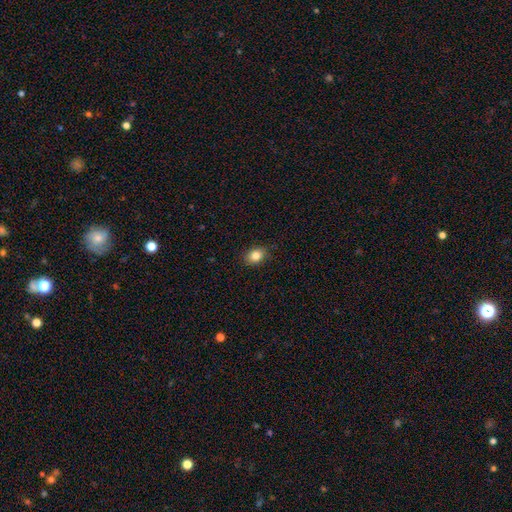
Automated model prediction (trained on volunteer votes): Smooth or featured? Predicted: smooth (p=0.84). How rounded? Predicted: in between (p=0.65). Merging? Predicted: none (p=0.87).